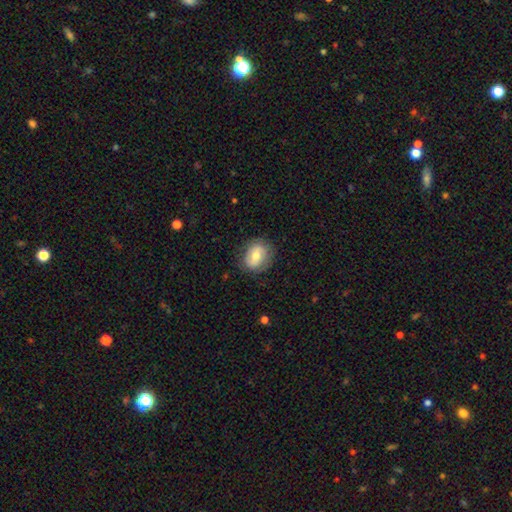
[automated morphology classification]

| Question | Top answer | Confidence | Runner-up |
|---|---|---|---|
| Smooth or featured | smooth | 59% | featured or disk (34%) |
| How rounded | round | 50% | in between (49%) |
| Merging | none | 78% | minor disturbance (16%) |